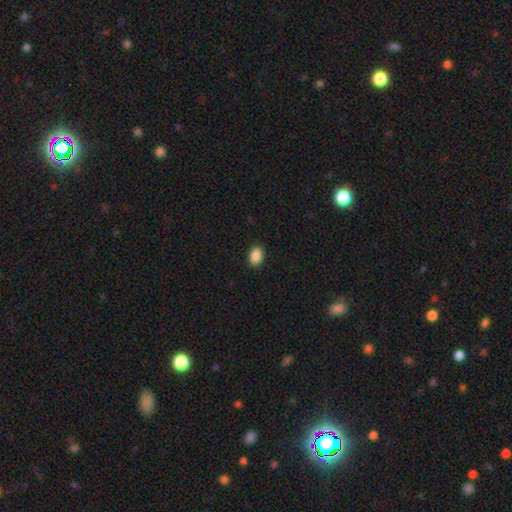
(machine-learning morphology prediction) Smooth or featured?
  - smooth: 89% *
  - star or artifact: 8%
  - featured or disk: 3%
How rounded?
  - in between: 74% *
  - round: 25%
  - cigar-shaped: 1%
Merging?
  - none: 90% *
  - minor disturbance: 7%
  - major disturbance: 2%
  - merger: 1%